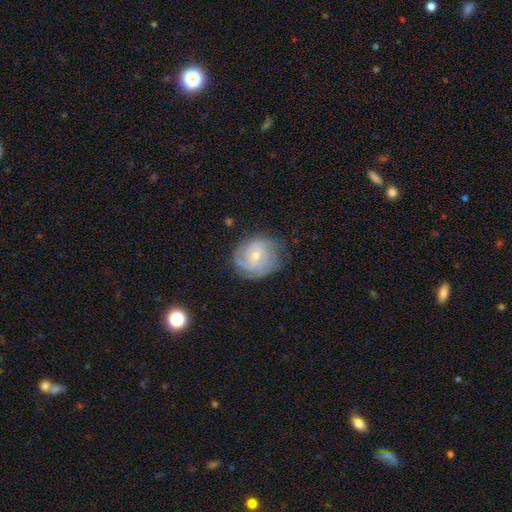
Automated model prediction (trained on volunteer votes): featured or disk 63%, smooth 29%, star or artifact 8%. Down the decision tree: edge-on disk — no (97%); bar — no (57%); spiral arms — yes (80%); bulge size — small (54%); merging — none (71%).